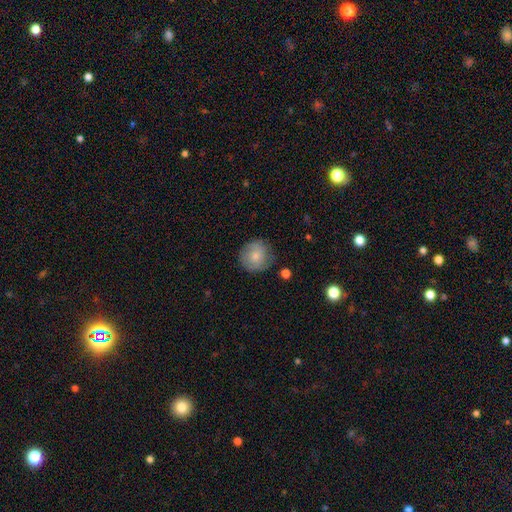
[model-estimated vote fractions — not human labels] smooth 73%, featured or disk 20%, star or artifact 7%. Down the decision tree: how rounded — round (91%); merging — none (75%).